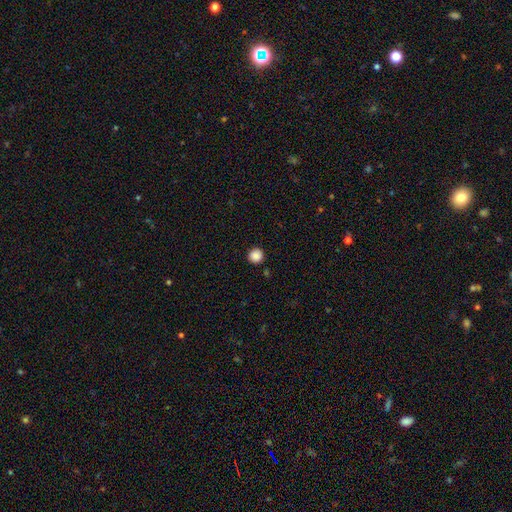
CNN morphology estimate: Smooth or featured?
  - smooth: 88% *
  - star or artifact: 10%
  - featured or disk: 2%
How rounded?
  - round: 95% *
  - in between: 4%
  - cigar-shaped: 1%
Merging?
  - none: 92% *
  - minor disturbance: 5%
  - major disturbance: 2%
  - merger: 2%